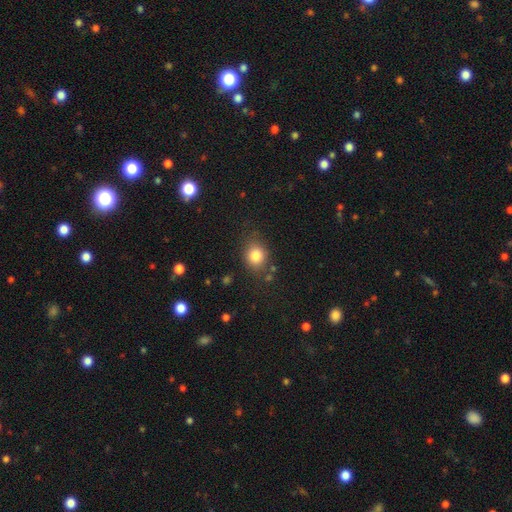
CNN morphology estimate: This is clearly a smooth galaxy (82%). How rounded: likely round (66%). Merging: likely none (78%).